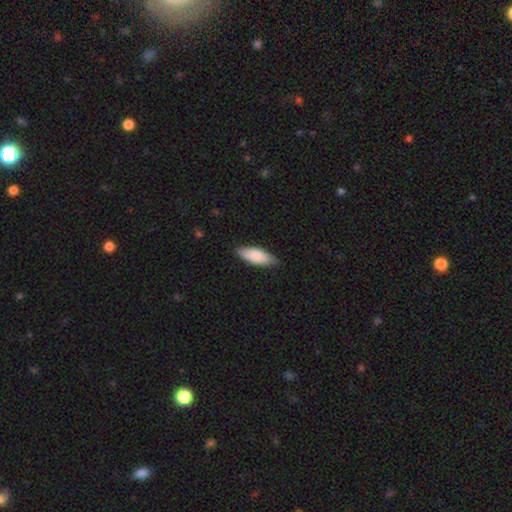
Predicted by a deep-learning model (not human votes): Q: Smooth or featured?
A: smooth (85%); runner-up: featured or disk (10%)
Q: How rounded?
A: in between (73%); runner-up: cigar-shaped (26%)
Q: Merging?
A: none (80%); runner-up: minor disturbance (17%)